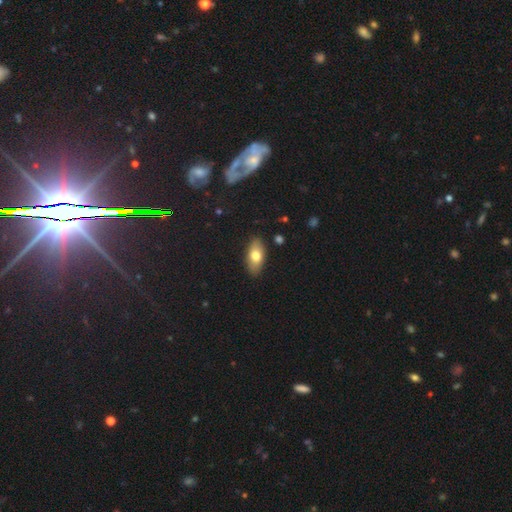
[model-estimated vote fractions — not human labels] Q: Smooth or featured?
A: smooth (74%); runner-up: featured or disk (19%)
Q: How rounded?
A: in between (89%); runner-up: cigar-shaped (7%)
Q: Merging?
A: none (87%); runner-up: minor disturbance (10%)